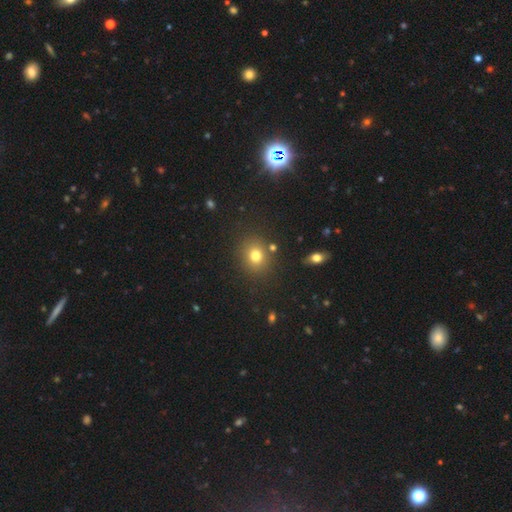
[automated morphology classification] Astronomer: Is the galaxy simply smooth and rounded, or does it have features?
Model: smooth — 77%.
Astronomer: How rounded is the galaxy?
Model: round — 73%.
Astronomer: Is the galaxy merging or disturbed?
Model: none — 82%.